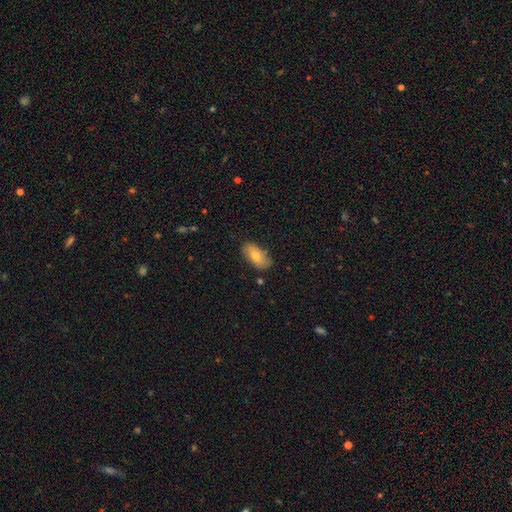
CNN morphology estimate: Q: Smooth or featured?
A: smooth (68%); runner-up: featured or disk (24%)
Q: How rounded?
A: in between (89%); runner-up: cigar-shaped (8%)
Q: Merging?
A: none (80%); runner-up: minor disturbance (16%)